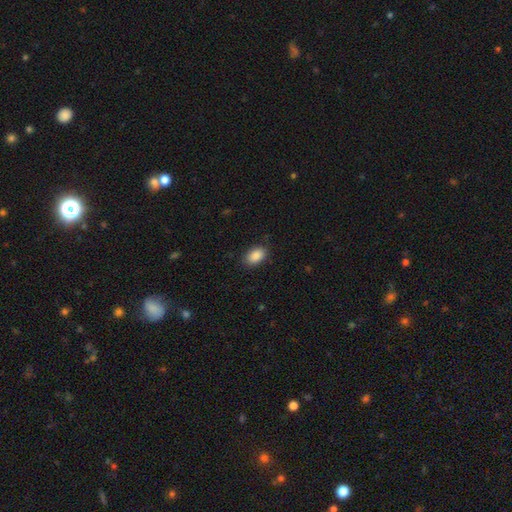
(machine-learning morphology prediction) A smooth galaxy with no disk features (88%) that is in between round and cigar-shaped (89%). Merging: none (86%).